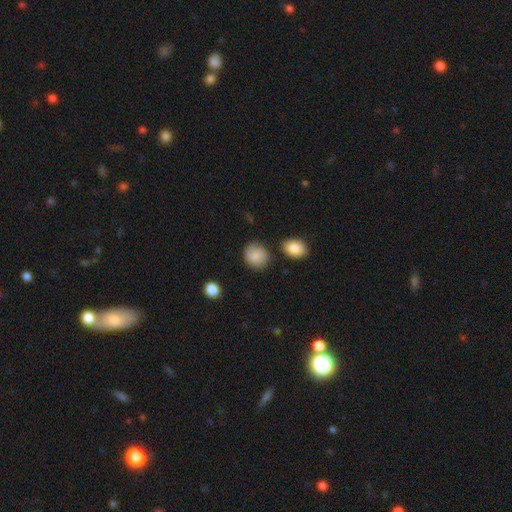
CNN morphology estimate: smooth 83%, featured or disk 9%, star or artifact 8%. Down the decision tree: how rounded — round (80%); merging — none (77%).